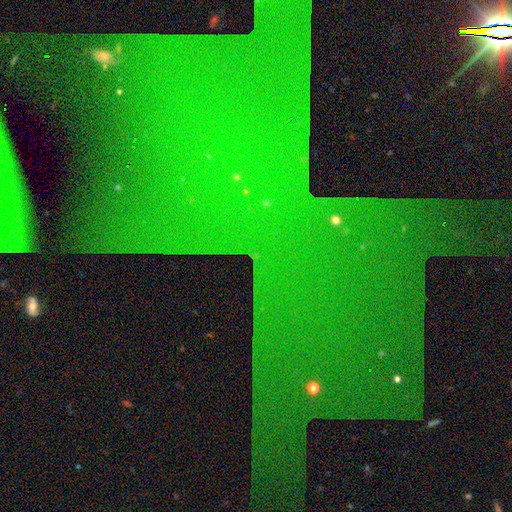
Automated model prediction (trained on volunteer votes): Smooth or featured: star or artifact — 83% (featured or disk — 9%)